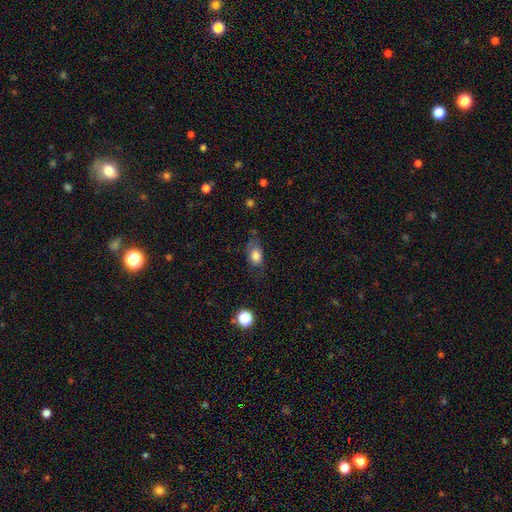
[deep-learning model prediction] smooth-or-featured: smooth: 77% | featured or disk: 13% | star or artifact: 10%
  how-rounded: in between: 79% | round: 18% | cigar-shaped: 3%
  merging: none: 58% | minor disturbance: 28% | major disturbance: 12% | merger: 2%